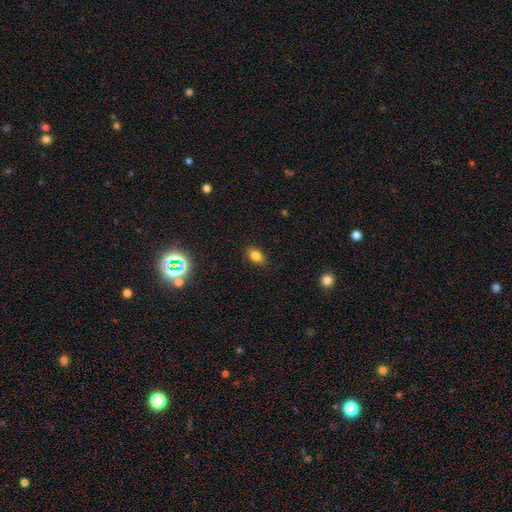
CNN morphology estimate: smooth 80%, star or artifact 12%, featured or disk 9%. Down the decision tree: how rounded — in between (85%); merging — none (87%).